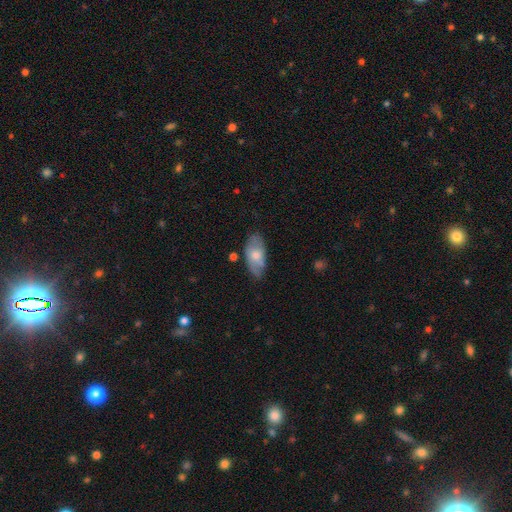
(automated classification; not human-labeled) Overall: smooth (59%; featured or disk 35%). How rounded: in between (91%). Merging: none (67%).